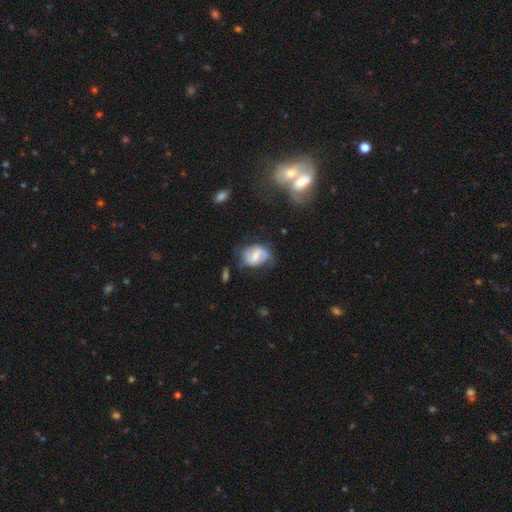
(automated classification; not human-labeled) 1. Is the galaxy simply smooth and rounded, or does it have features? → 65% featured or disk, 28% smooth, 7% star or artifact.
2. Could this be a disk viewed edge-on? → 97% no, 3% yes.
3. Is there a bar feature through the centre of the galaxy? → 49% weak, 31% strong, 20% no.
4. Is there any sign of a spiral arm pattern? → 83% yes, 17% no.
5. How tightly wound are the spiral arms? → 42% medium, 30% tight, 28% loose.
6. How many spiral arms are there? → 75% 2, 14% can't tell, 8% 1, 2% 3, 1% 4, 1% more than 4.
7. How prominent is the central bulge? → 49% moderate, 39% small, 6% none, 5% large, 1% dominant.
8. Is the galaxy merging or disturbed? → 55% none, 27% minor disturbance, 15% major disturbance, 3% merger.